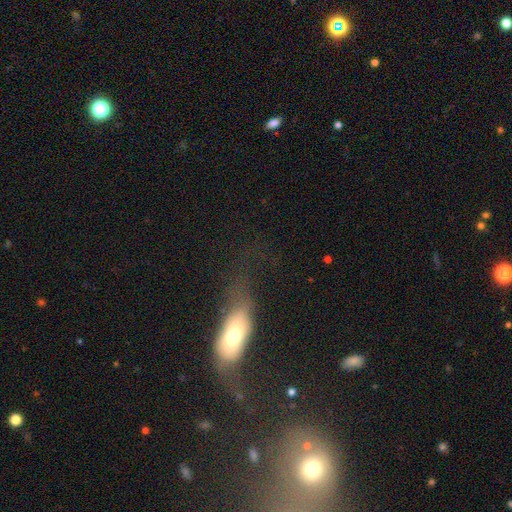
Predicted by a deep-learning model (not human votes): Q: Smooth or featured?
A: smooth (48%); runner-up: featured or disk (36%)
Q: Merging?
A: none (40%); runner-up: major disturbance (33%)